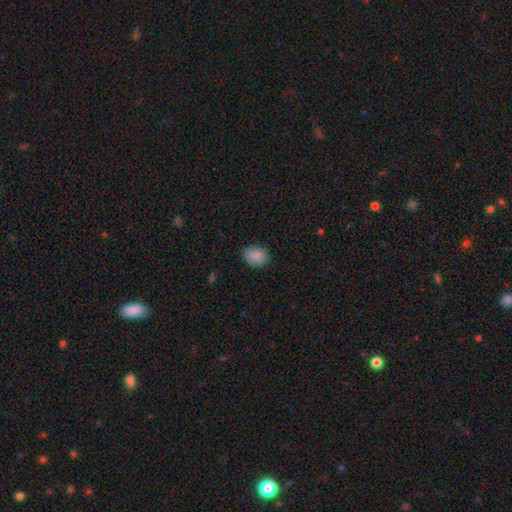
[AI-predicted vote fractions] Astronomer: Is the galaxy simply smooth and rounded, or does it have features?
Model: smooth — 88%.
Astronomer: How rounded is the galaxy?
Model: in between — 58% (runner-up: round, 41%).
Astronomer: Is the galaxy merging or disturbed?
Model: none — 83%.